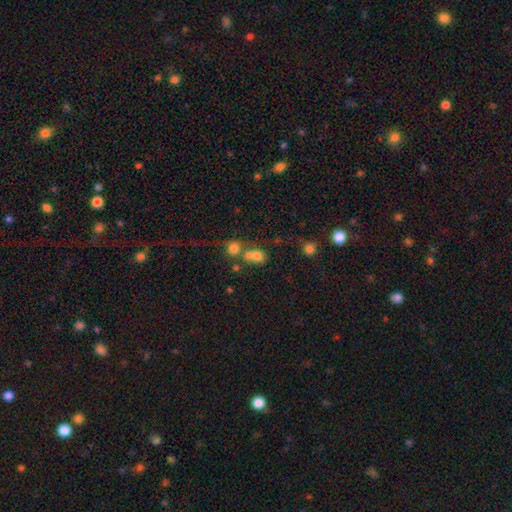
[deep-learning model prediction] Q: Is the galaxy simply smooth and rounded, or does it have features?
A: smooth — 71%.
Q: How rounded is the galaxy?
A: round — 66%.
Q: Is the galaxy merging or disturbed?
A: merger — 50%.